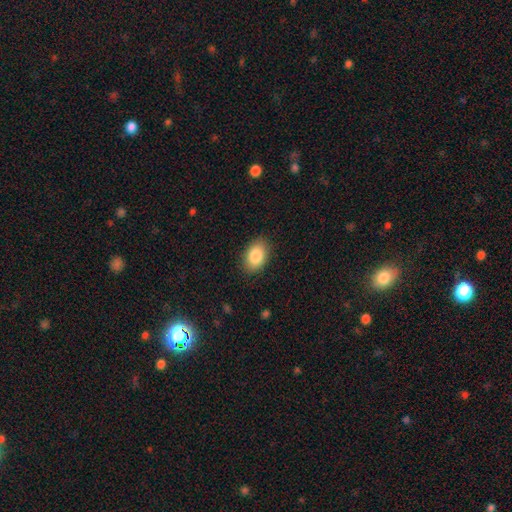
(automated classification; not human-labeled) Q: Smooth or featured?
A: smooth (86%); runner-up: star or artifact (7%)
Q: How rounded?
A: in between (88%); runner-up: round (11%)
Q: Merging?
A: none (87%); runner-up: minor disturbance (9%)